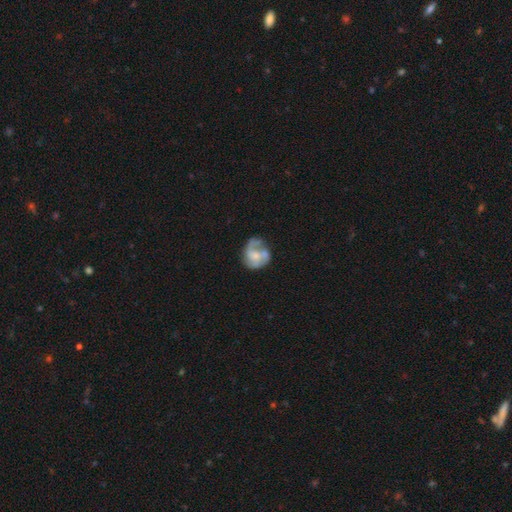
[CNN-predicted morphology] smooth_or_featured: featured or disk (p=0.64) [alt: smooth p=0.29]
disk_edge_on: no (p=0.98) [alt: yes p=0.02]
bar: no (p=0.68) [alt: weak p=0.27]
has_spiral_arms: yes (p=0.74) [alt: no p=0.26]
bulge_size: moderate (p=0.42) [alt: small p=0.29]
merging: none (p=0.49) [alt: minor disturbance p=0.24]